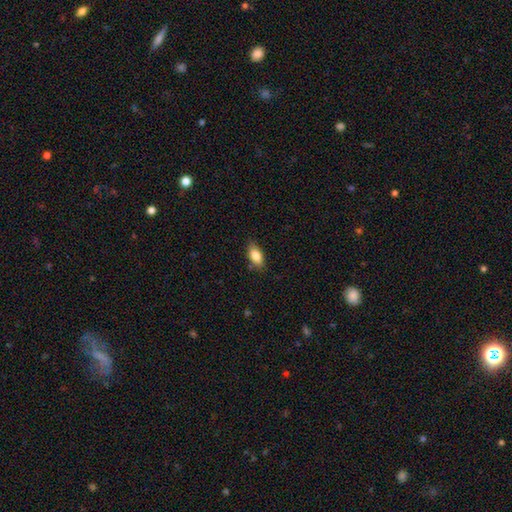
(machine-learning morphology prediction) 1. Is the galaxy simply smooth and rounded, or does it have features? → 84% smooth, 9% featured or disk, 8% star or artifact.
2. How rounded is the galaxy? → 88% in between, 7% cigar-shaped, 5% round.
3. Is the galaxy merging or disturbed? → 80% none, 16% minor disturbance, 3% major disturbance, 1% merger.